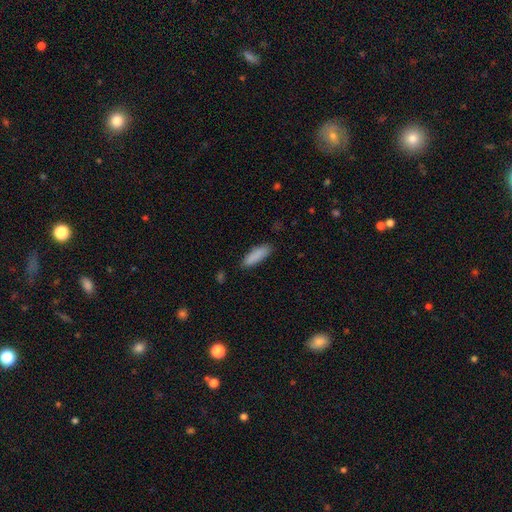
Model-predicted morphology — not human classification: Overall: smooth (88%). How rounded: cigar-shaped (50%; in between 48%). Merging: none (83%).